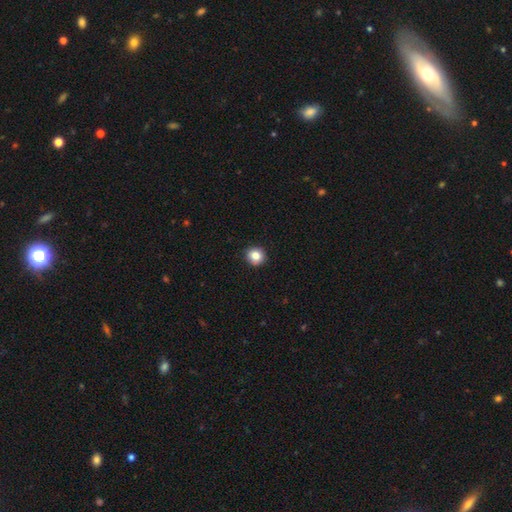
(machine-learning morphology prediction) Q: Smooth or featured?
A: smooth (83%); runner-up: star or artifact (10%)
Q: How rounded?
A: round (90%); runner-up: in between (9%)
Q: Merging?
A: none (91%); runner-up: minor disturbance (6%)